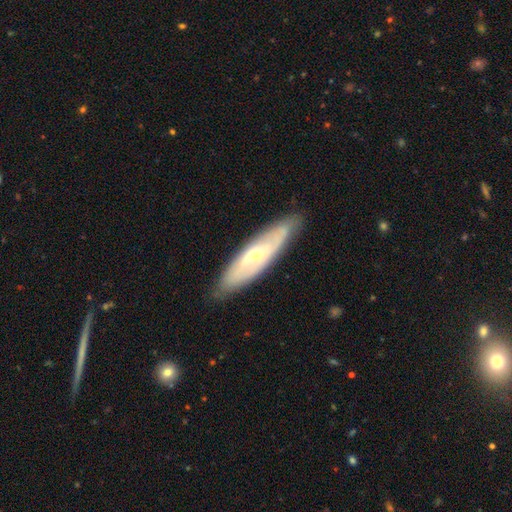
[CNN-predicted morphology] Smooth or featured? Predicted: featured or disk (p=0.62). Edge-on disk? Predicted: no (p=0.65). Merging? Predicted: none (p=0.85).